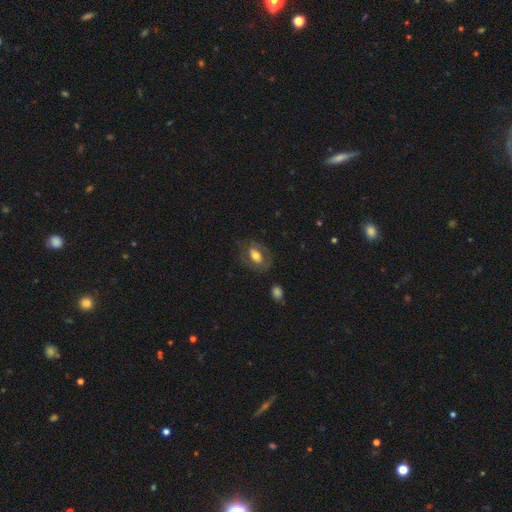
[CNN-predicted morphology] Q: Smooth or featured?
A: smooth (56%); runner-up: featured or disk (36%)
Q: How rounded?
A: in between (81%); runner-up: round (17%)
Q: Merging?
A: none (67%); runner-up: minor disturbance (18%)